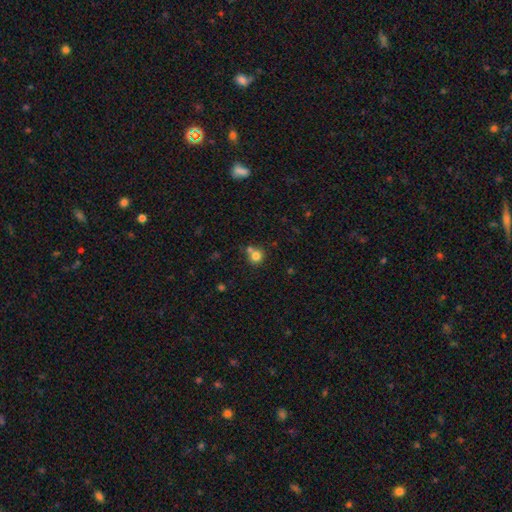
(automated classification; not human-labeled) smooth-or-featured: smooth: 78% | star or artifact: 13% | featured or disk: 9%
  how-rounded: round: 88% | in between: 11% | cigar-shaped: 1%
  merging: none: 54% | merger: 34% | minor disturbance: 9% | major disturbance: 3%